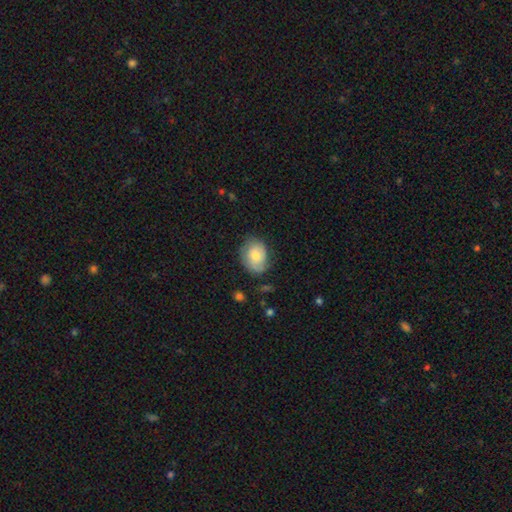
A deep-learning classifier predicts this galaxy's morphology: Q: Smooth or featured?
A: smooth (67%); runner-up: featured or disk (26%)
Q: How rounded?
A: in between (64%); runner-up: round (35%)
Q: Merging?
A: none (66%); runner-up: minor disturbance (26%)